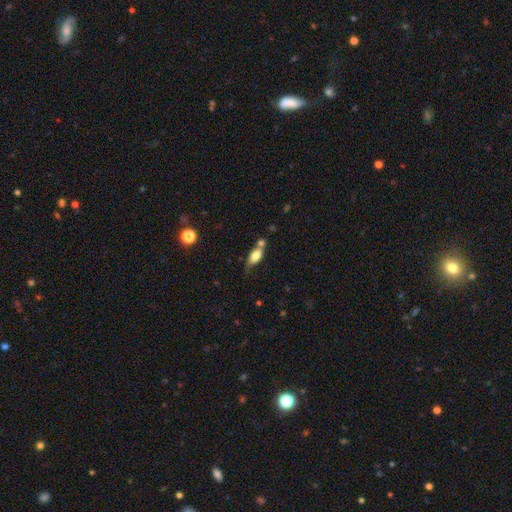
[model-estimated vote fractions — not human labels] smooth_or_featured: smooth (p=0.74) [alt: featured or disk p=0.18]
how_rounded: in between (p=0.79) [alt: cigar-shaped p=0.16]
merging: none (p=0.43) [alt: merger p=0.32]